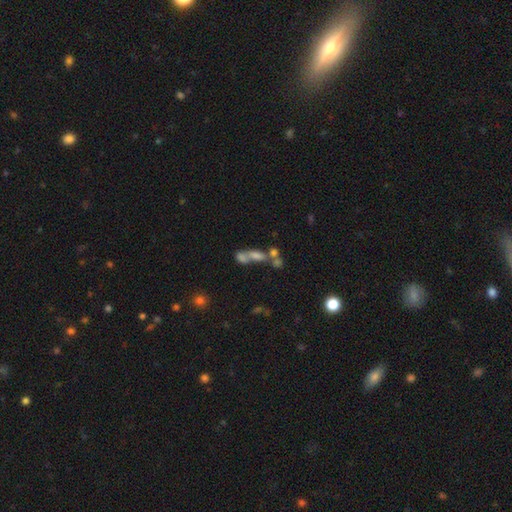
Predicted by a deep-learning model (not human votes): A smooth galaxy with no disk features (37%).

Vote fractions:
- Smooth or featured? smooth: 37% / featured or disk: 36% / star or artifact: 27%
- Merging? merger: 52% / none: 28% / major disturbance: 12% / minor disturbance: 9%